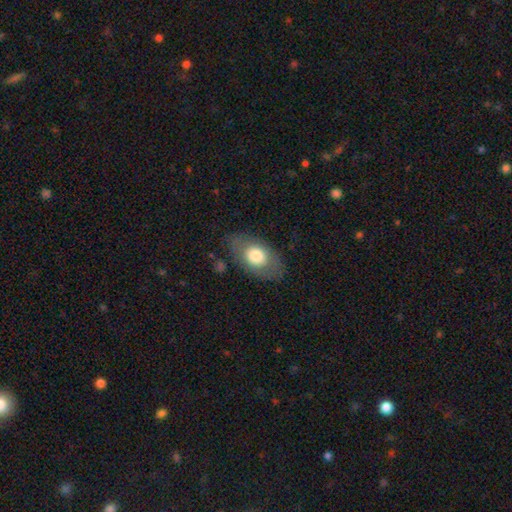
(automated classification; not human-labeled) smooth-or-featured: smooth: 69% | featured or disk: 24% | star or artifact: 6%
  how-rounded: in between: 87% | round: 12% | cigar-shaped: 2%
  merging: none: 79% | minor disturbance: 13% | major disturbance: 6% | merger: 1%